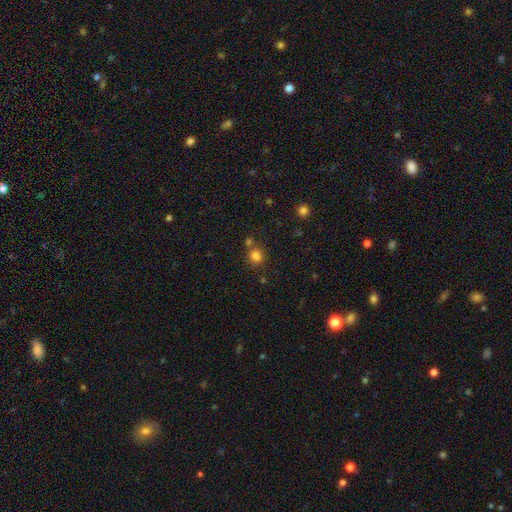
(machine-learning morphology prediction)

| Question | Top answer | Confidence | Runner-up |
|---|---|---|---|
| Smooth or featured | smooth | 80% | star or artifact (14%) |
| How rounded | round | 86% | in between (13%) |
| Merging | none | 68% | merger (20%) |